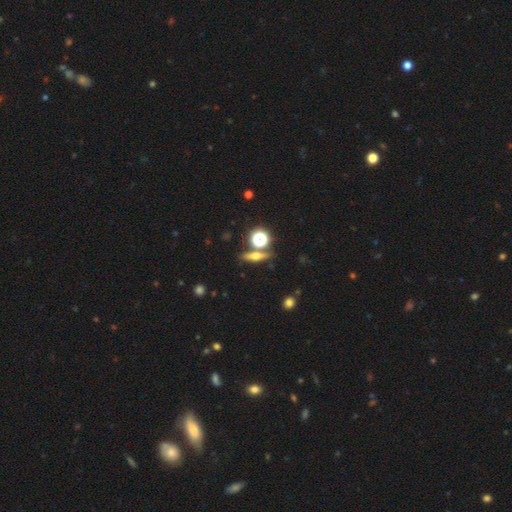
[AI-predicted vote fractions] Q: Smooth or featured?
A: featured or disk (53%); runner-up: smooth (30%)
Q: Edge-on disk?
A: yes (92%); runner-up: no (8%)
Q: Merging?
A: none (81%); runner-up: minor disturbance (8%)